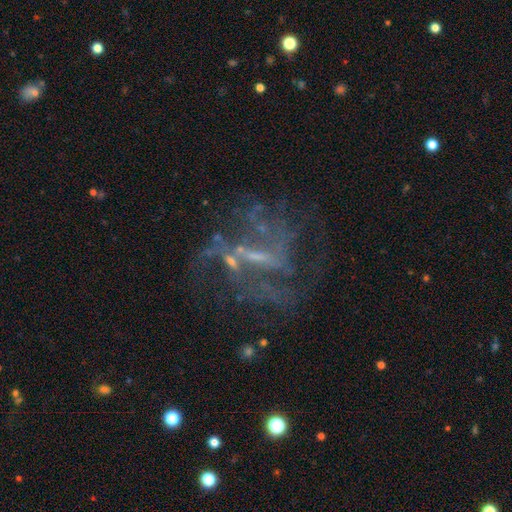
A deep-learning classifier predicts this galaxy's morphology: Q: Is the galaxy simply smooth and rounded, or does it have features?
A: featured or disk — 69%.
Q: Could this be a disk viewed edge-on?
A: no — 95%.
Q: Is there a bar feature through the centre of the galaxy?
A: weak — 40%.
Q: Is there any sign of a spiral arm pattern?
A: yes — 58%.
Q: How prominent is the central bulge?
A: small — 42%.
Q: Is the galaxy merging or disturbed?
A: none — 48%.